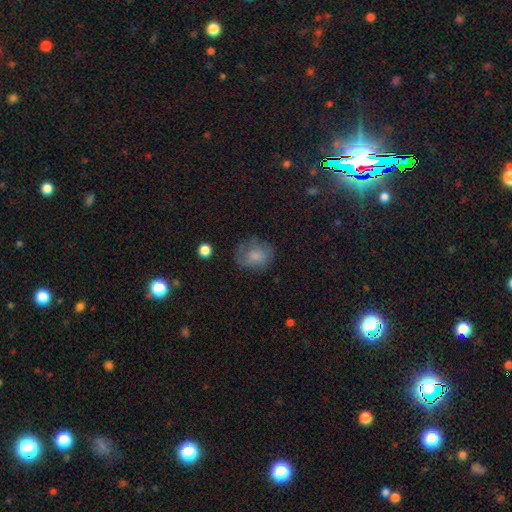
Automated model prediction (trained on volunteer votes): Smooth or featured? smooth (70%)
How rounded? round (65%)
Merging? none (61%)